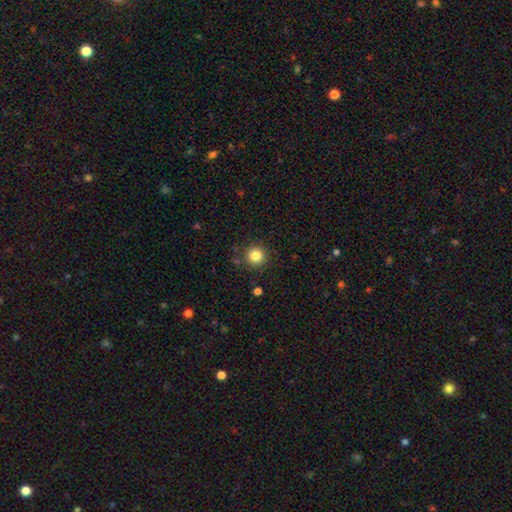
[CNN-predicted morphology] This appears to be a smooth galaxy with no disk features (83%) that is round (95%). Merging: none (88%).